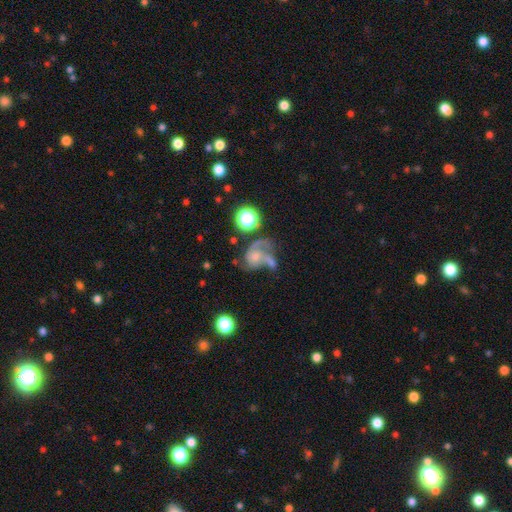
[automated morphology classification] Smooth or featured: featured or disk — 61% (smooth — 25%)
Edge-on disk: no — 98% (yes — 2%)
Bar: no — 77% (weak — 19%)
Spiral arms: yes — 77% (no — 23%)
Bulge size: small — 41% (moderate — 35%)
Merging: major disturbance — 34% (merger — 27%)